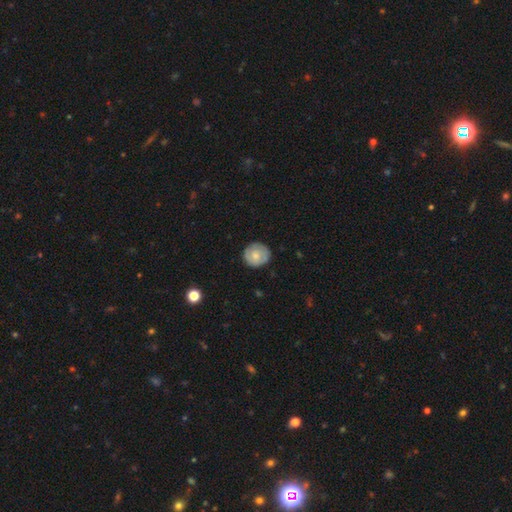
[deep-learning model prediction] Morphology: type=smooth (60%); roundness=round (89%); merging=none (84%).